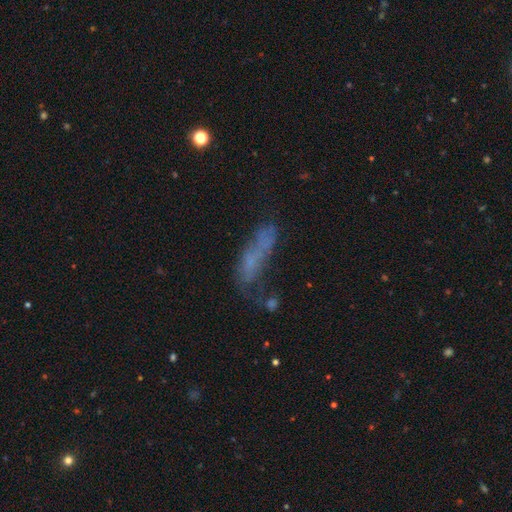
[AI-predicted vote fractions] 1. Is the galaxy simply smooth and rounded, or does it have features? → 48% smooth, 34% featured or disk, 18% star or artifact.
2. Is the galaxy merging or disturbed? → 37% none, 24% major disturbance, 21% minor disturbance, 17% merger.